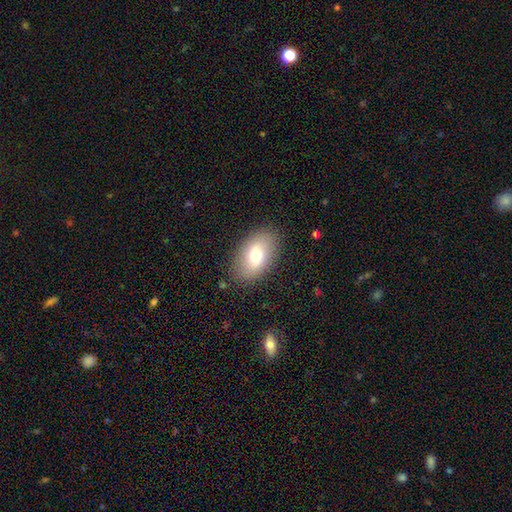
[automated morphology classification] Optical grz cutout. It shows a smooth galaxy with no disk features (72%) that is in between round and cigar-shaped (91%). Merging: none (86%).